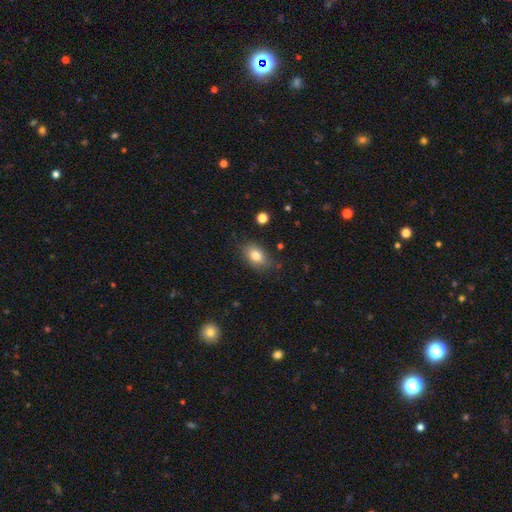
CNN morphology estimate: The model was most divided on "merging": none: 76%, minor disturbance: 18%, major disturbance: 4%, merger: 2%. More confident: how rounded — in between (83%); smooth or featured — smooth (81%).